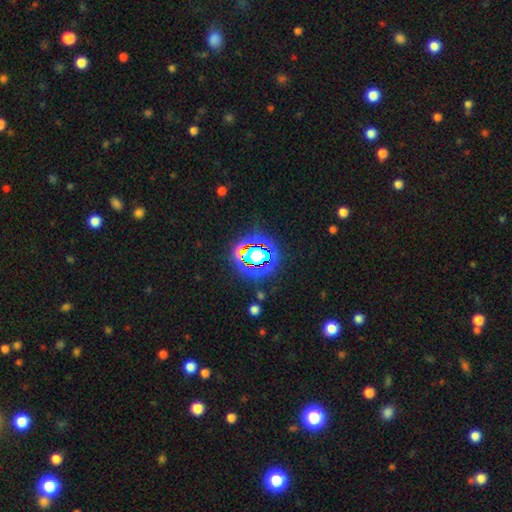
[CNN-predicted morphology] Overall: star or artifact (63%; smooth 23%).